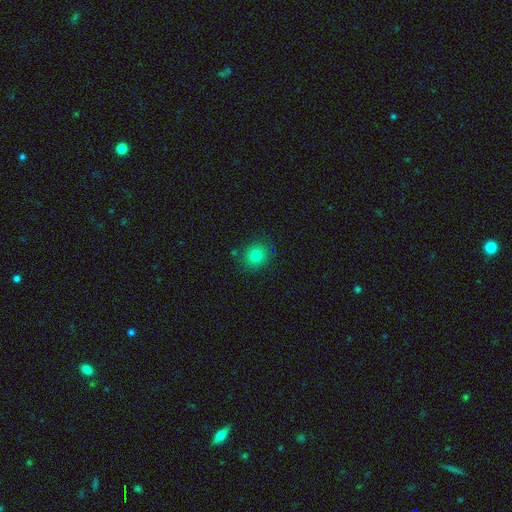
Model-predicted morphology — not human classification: This appears to be a smooth galaxy with no disk features (79%) that is round (81%). Merging: none (85%).